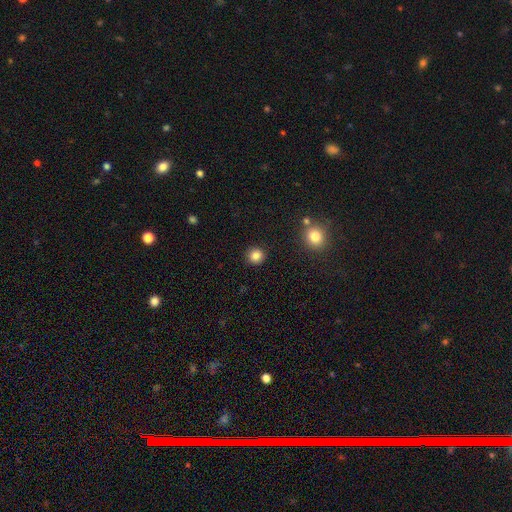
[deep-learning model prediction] This is clearly a smooth galaxy (85%). How rounded: clearly round (93%). Merging: clearly none (91%).